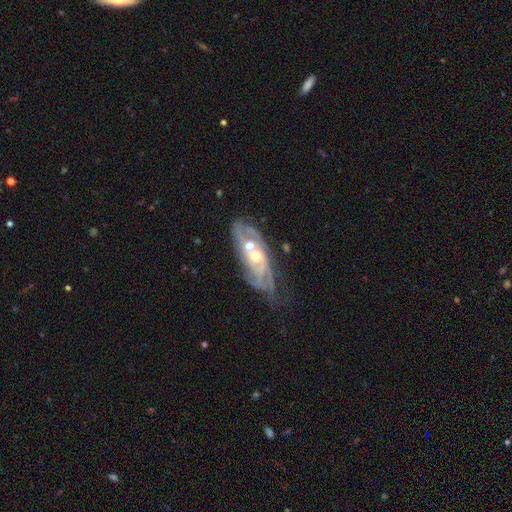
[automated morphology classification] smooth_or_featured: featured or disk (p=0.76) [alt: smooth p=0.15]
disk_edge_on: no (p=0.85) [alt: yes p=0.15]
bar: no (p=0.68) [alt: weak p=0.23]
has_spiral_arms: yes (p=0.76) [alt: no p=0.24]
bulge_size: moderate (p=0.54) [alt: small p=0.40]
merging: none (p=0.51) [alt: minor disturbance p=0.21]